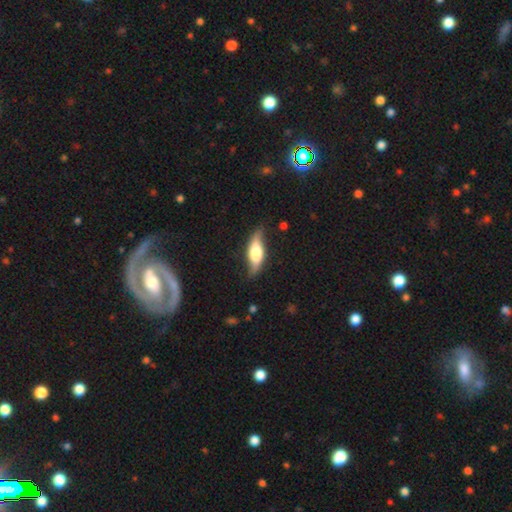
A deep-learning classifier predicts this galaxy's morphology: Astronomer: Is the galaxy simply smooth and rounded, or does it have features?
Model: featured or disk — 49% (runner-up: smooth, 45%).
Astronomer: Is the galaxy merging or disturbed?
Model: none — 68%.